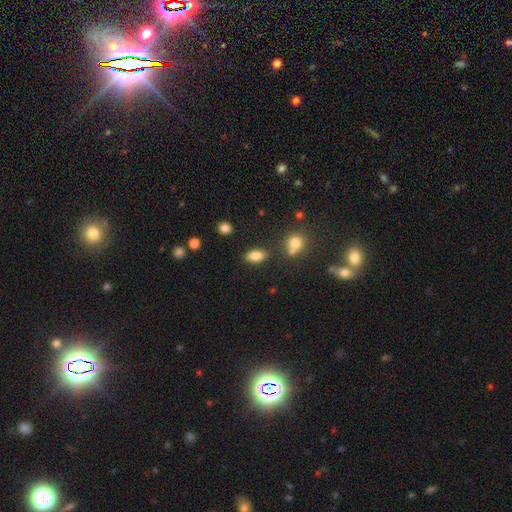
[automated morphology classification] A smooth galaxy with no disk features (83%) that is in between round and cigar-shaped (89%). Merging: none (81%).